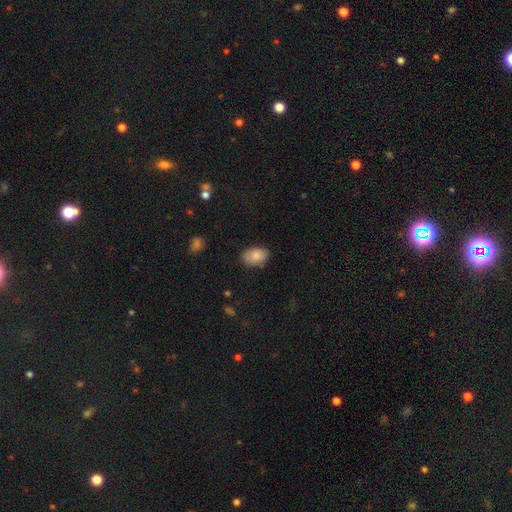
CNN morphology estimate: Smooth or featured? smooth (85%)
How rounded? in between (89%)
Merging? none (77%)